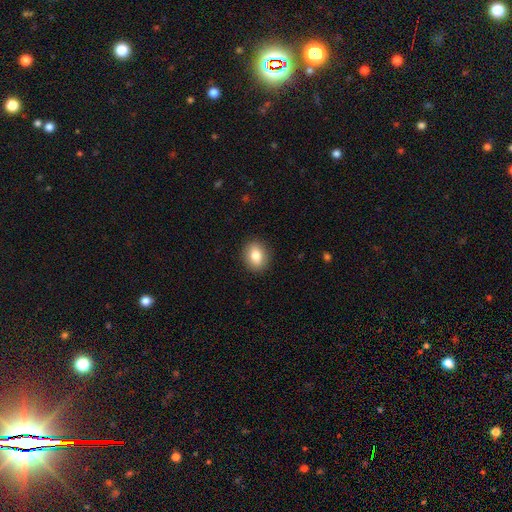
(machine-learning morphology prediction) Smooth or featured: smooth — 82% (featured or disk — 10%)
How rounded: round — 50% (in between — 49%)
Merging: none — 90% (minor disturbance — 7%)